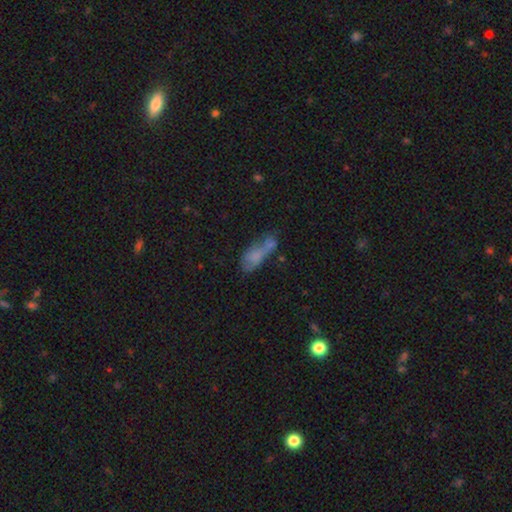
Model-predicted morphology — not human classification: Overall: smooth (60%; featured or disk 28%). How rounded: in between (69%). Merging: merger (34%; none 24%).